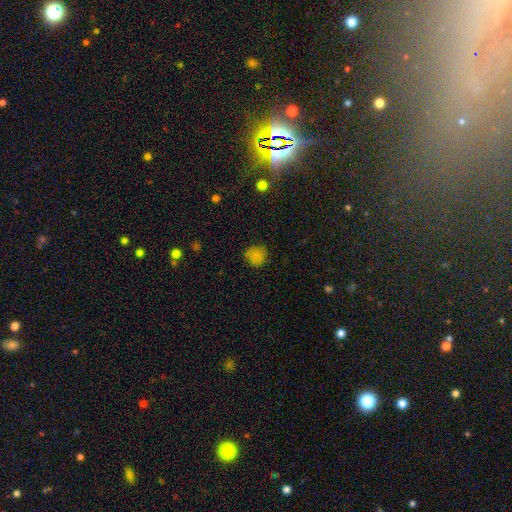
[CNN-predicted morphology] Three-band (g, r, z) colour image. It shows a smooth galaxy with no disk features (72%) that is round (88%). Merging: none (80%).